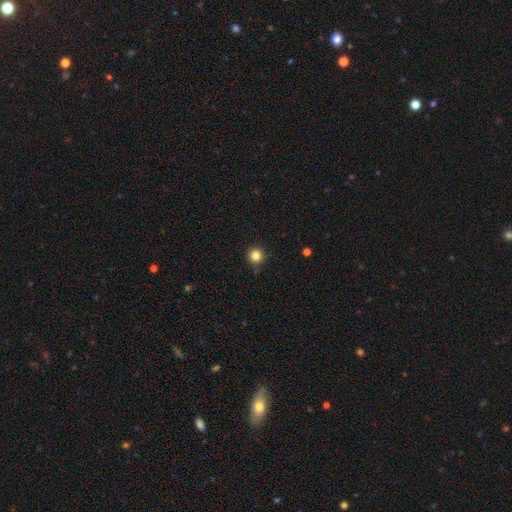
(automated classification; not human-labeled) This appears to be a smooth galaxy with no disk features (84%) that is round (95%). Merging: none (90%).